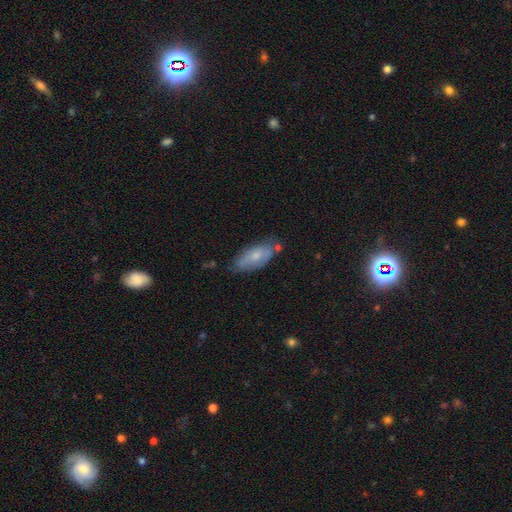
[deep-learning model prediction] Smooth or featured? smooth (61%)
How rounded? in between (83%)
Merging? none (59%)